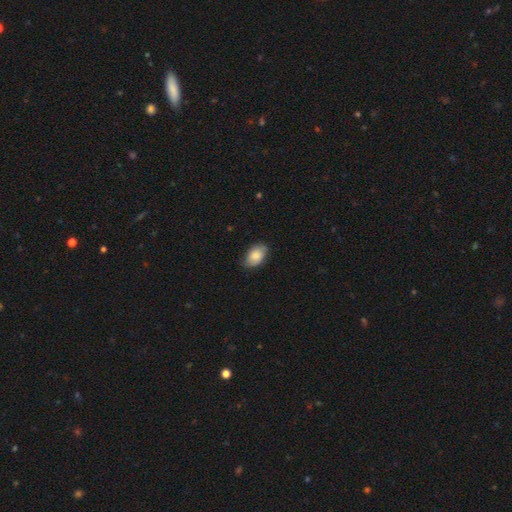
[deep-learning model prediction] smooth-or-featured: smooth: 78% | featured or disk: 15% | star or artifact: 7%
  how-rounded: in between: 90% | round: 9% | cigar-shaped: 1%
  merging: none: 76% | minor disturbance: 20% | major disturbance: 3% | merger: 1%